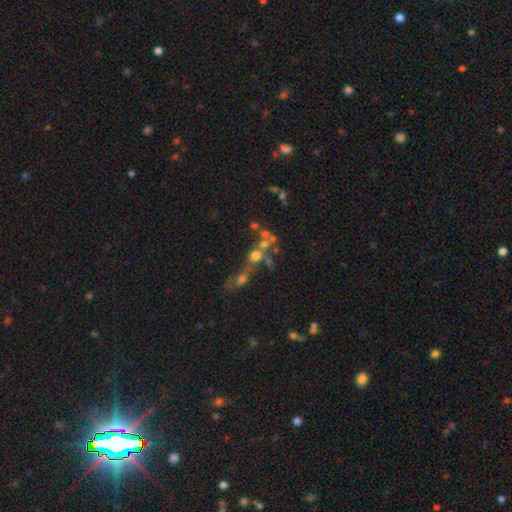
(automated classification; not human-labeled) Q: Smooth or featured?
A: smooth (47%); runner-up: featured or disk (30%)
Q: Merging?
A: merger (55%); runner-up: none (27%)